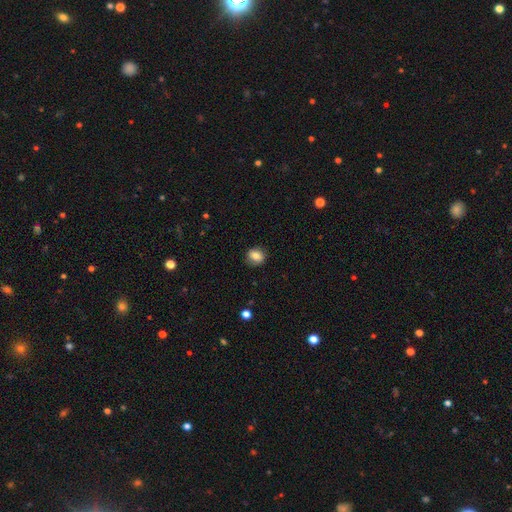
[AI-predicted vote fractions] This is clearly a smooth galaxy (80%). How rounded: likely round (72%). Merging: clearly none (85%).